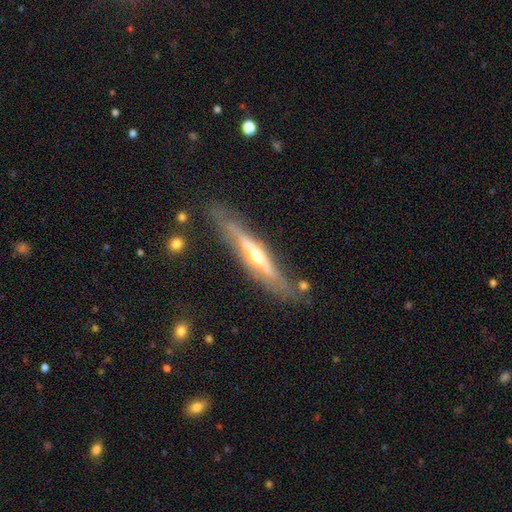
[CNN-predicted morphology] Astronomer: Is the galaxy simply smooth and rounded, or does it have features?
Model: featured or disk — 77%.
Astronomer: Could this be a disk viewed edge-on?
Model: yes — 90%.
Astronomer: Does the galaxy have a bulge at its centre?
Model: rounded — 85%.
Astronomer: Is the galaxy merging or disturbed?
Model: none — 79%.